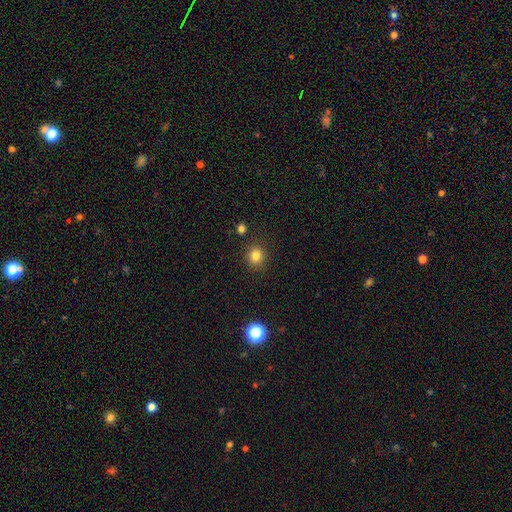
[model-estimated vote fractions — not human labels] Smooth or featured: smooth — 81% (star or artifact — 13%)
How rounded: round — 85% (in between — 14%)
Merging: none — 88% (minor disturbance — 7%)